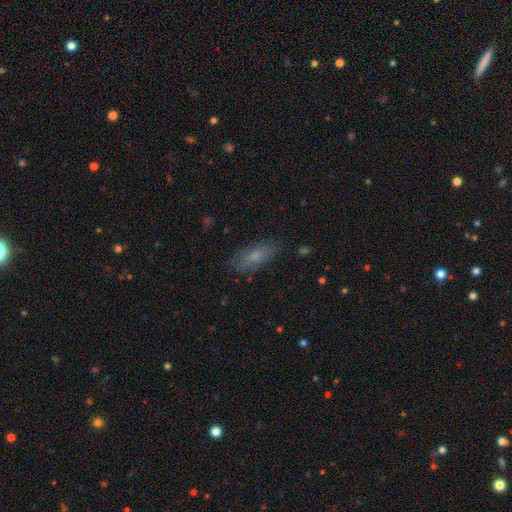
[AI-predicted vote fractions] Overall: smooth (63%; featured or disk 25%). How rounded: in between (71%). Merging: none (77%).